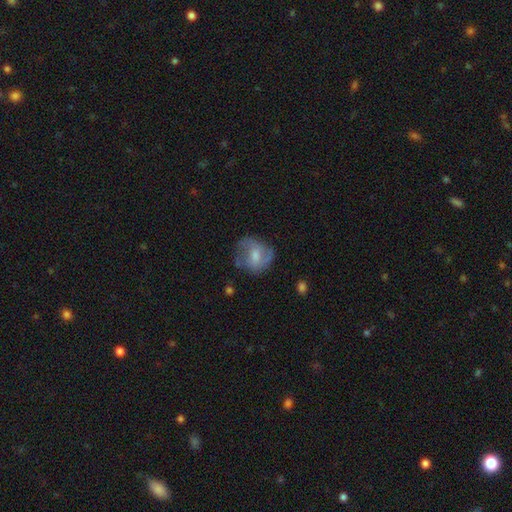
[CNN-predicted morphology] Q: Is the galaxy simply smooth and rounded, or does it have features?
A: featured or disk — 51%.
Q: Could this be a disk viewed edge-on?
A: no — 97%.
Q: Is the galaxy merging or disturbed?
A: none — 57%.